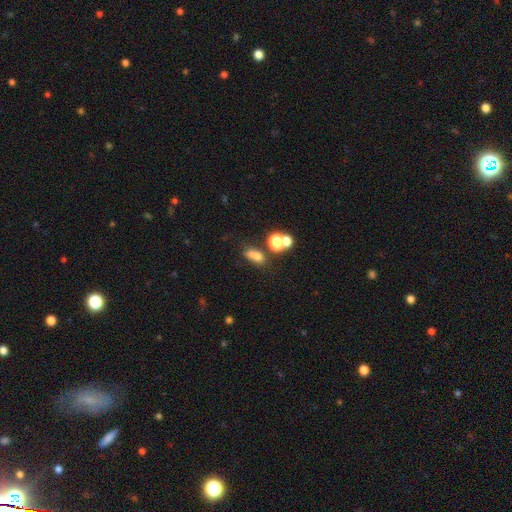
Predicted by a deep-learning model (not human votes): A smooth galaxy with no disk features (67%) that is in between round and cigar-shaped (59%).

Vote fractions:
- Smooth or featured? smooth: 67% / star or artifact: 21% / featured or disk: 12%
- How rounded? in between: 59% / round: 33% / cigar-shaped: 8%
- Merging? none: 45% / merger: 31% / minor disturbance: 14% / major disturbance: 10%